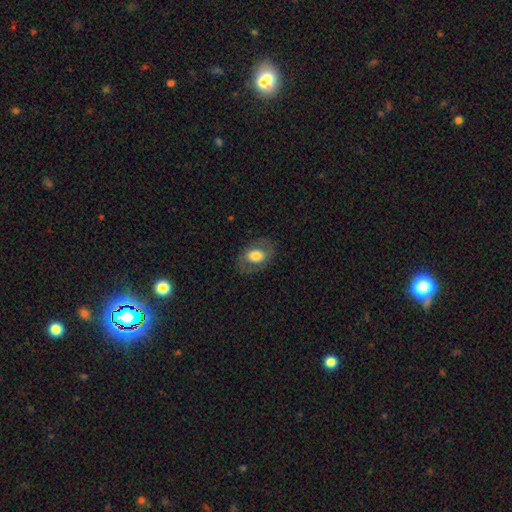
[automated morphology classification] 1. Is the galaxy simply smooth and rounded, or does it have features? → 65% smooth, 28% featured or disk, 7% star or artifact.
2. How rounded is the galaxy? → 79% in between, 20% round, 1% cigar-shaped.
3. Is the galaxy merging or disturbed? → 78% none, 13% minor disturbance, 8% major disturbance, 1% merger.